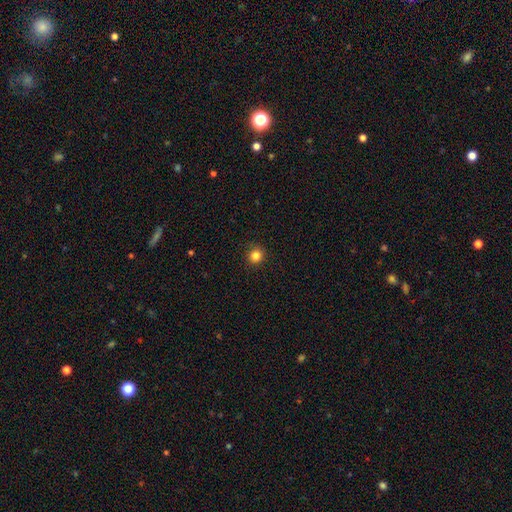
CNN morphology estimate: Q: Smooth or featured?
A: smooth (84%); runner-up: star or artifact (12%)
Q: How rounded?
A: round (93%); runner-up: in between (6%)
Q: Merging?
A: none (90%); runner-up: minor disturbance (7%)